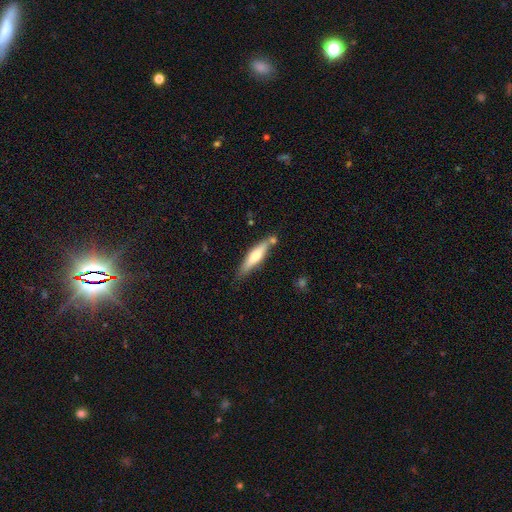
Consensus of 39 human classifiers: Smooth or featured?
  - smooth: 64% *
  - featured or disk: 36%
  - star or artifact: 0%
How rounded?
  - cigar-shaped: 72% *
  - in between: 24%
  - round: 4%
Merging?
  - none: 74% *
  - merger: 13%
  - minor disturbance: 8%
  - major disturbance: 5%